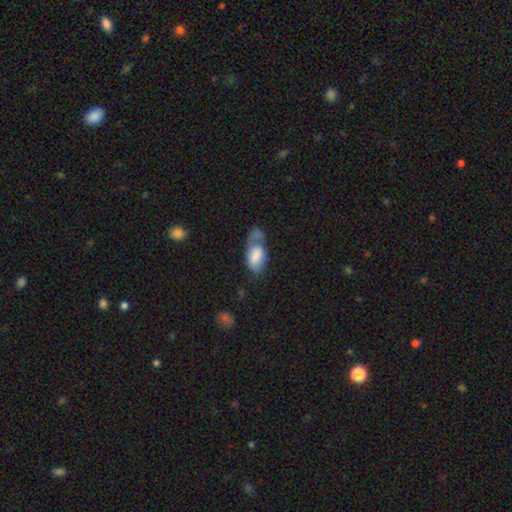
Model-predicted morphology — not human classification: smooth_or_featured: smooth (p=0.70) [alt: featured or disk p=0.23]
how_rounded: in between (p=0.92) [alt: round p=0.04]
merging: major disturbance (p=0.28) [alt: none p=0.24]